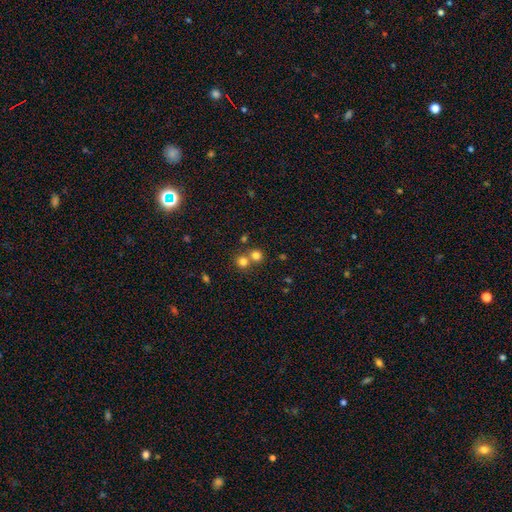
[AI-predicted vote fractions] smooth 76%, star or artifact 15%, featured or disk 8%. Down the decision tree: how rounded — round (88%); merging — none (51%).